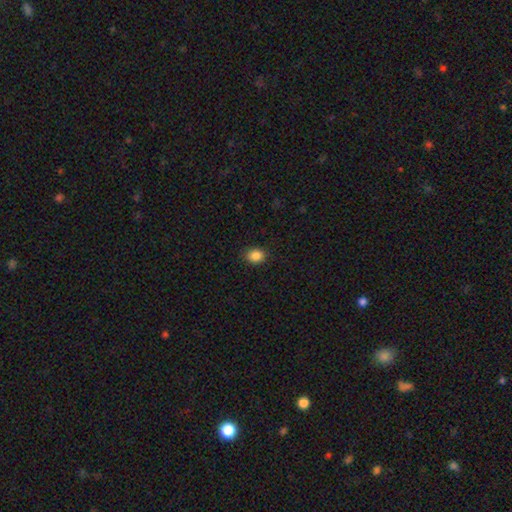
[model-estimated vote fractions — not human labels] smooth_or_featured: smooth (p=0.87) [alt: star or artifact p=0.10]
how_rounded: round (p=0.51) [alt: in between p=0.48]
merging: none (p=0.87) [alt: minor disturbance p=0.10]